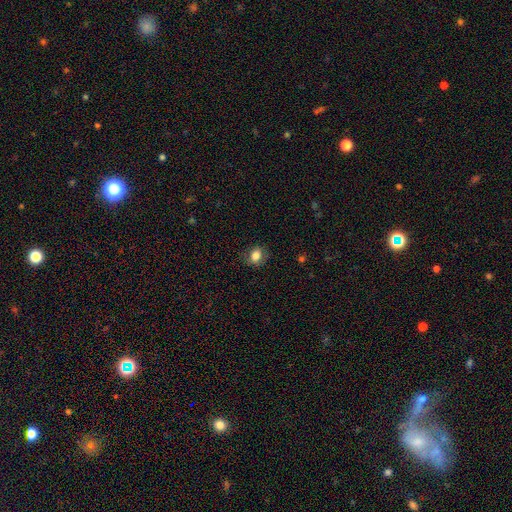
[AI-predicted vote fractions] This is clearly a smooth galaxy (81%). How rounded: possibly round (56%). Merging: clearly none (82%).